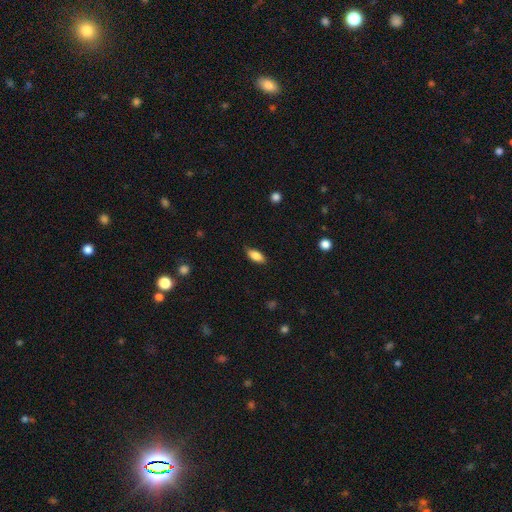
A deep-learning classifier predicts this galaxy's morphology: type=smooth (84%); roundness=in between (84%); merging=none (83%).